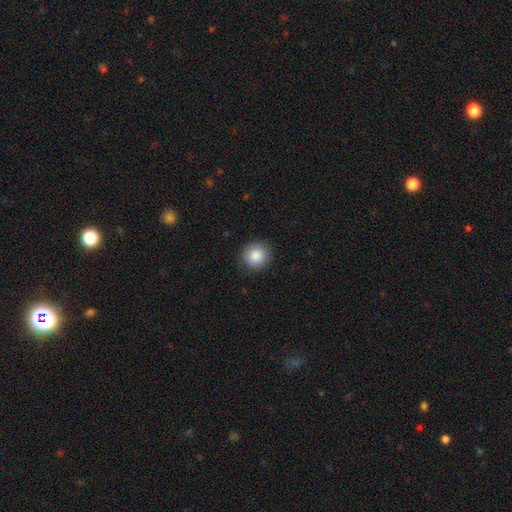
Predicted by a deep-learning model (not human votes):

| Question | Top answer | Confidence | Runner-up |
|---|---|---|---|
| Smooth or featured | smooth | 87% | star or artifact (8%) |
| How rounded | round | 89% | in between (10%) |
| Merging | none | 90% | minor disturbance (7%) |